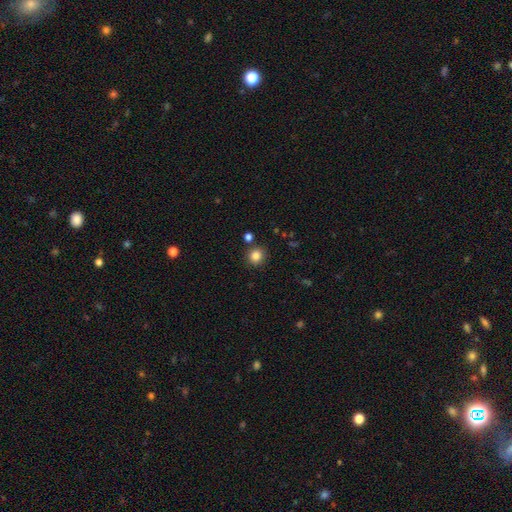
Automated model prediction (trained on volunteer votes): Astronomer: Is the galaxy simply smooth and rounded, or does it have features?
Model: smooth — 84%.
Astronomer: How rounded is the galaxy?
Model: round — 87%.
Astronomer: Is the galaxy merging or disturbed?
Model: none — 85%.